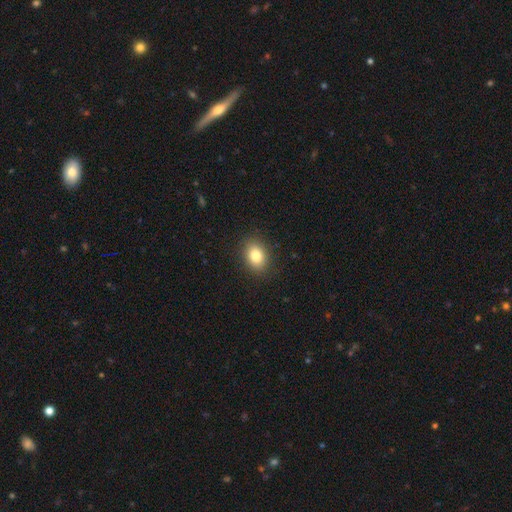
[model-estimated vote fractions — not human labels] smooth 82%, star or artifact 10%, featured or disk 8%. Down the decision tree: how rounded — in between (66%); merging — none (89%).